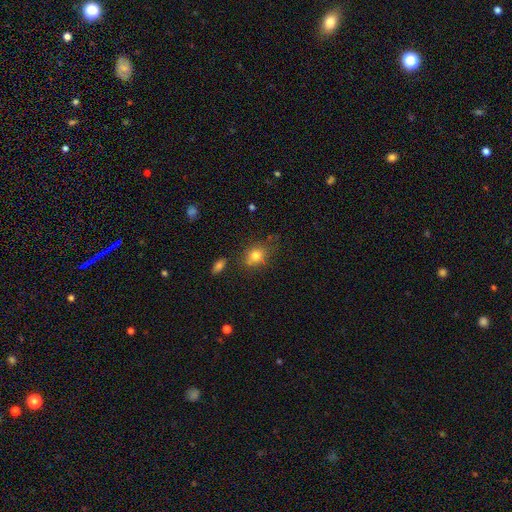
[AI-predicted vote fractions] smooth 78%, star or artifact 12%, featured or disk 10%. Down the decision tree: how rounded — round (54%); merging — none (69%).